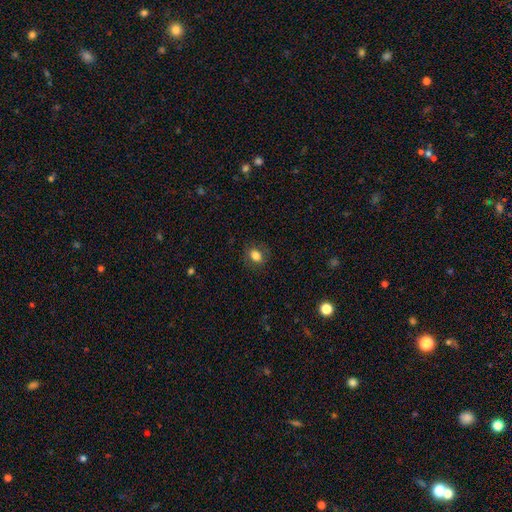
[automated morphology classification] Smooth or featured?
  - smooth: 80% *
  - star or artifact: 10%
  - featured or disk: 10%
How rounded?
  - in between: 51% *
  - round: 47%
  - cigar-shaped: 1%
Merging?
  - none: 84% *
  - minor disturbance: 11%
  - major disturbance: 4%
  - merger: 1%